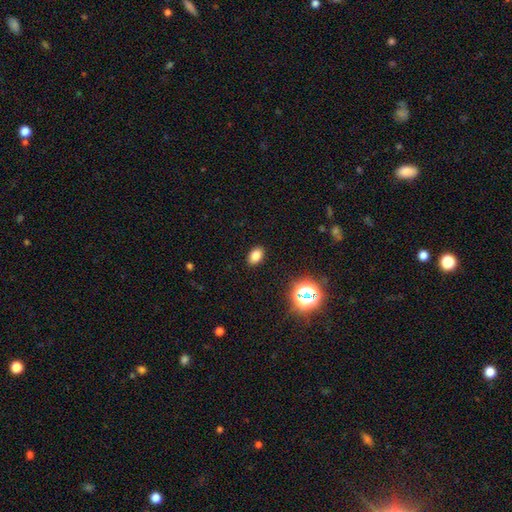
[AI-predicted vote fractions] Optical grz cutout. It shows a smooth galaxy with no disk features (80%) that is in between round and cigar-shaped (85%). Merging: none (89%).